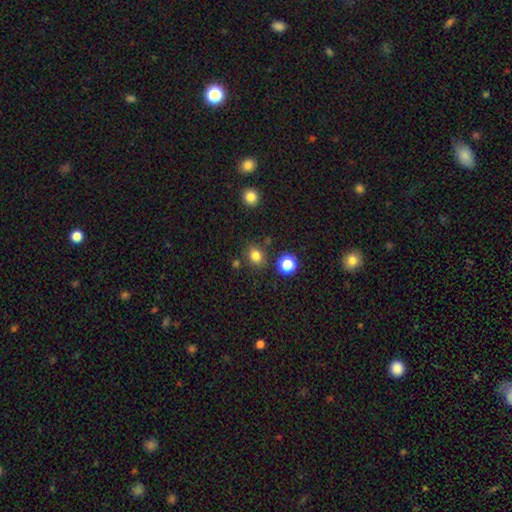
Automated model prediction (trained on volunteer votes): Overall: smooth (81%). How rounded: round (71%). Merging: none (82%).